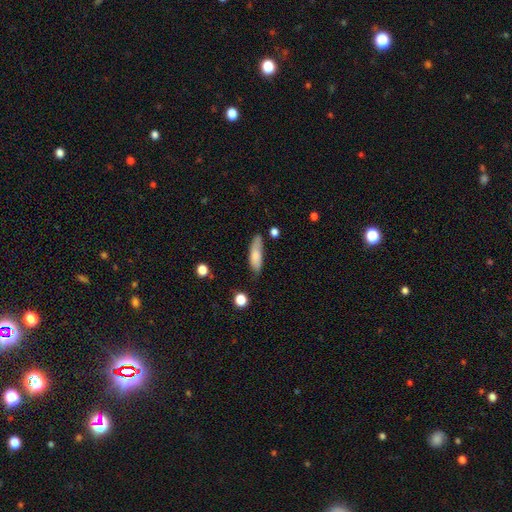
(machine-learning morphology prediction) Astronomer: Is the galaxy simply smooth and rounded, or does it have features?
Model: smooth — 79%.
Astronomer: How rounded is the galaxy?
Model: in between — 51% (runner-up: cigar-shaped, 47%).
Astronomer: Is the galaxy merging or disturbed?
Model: none — 63%.